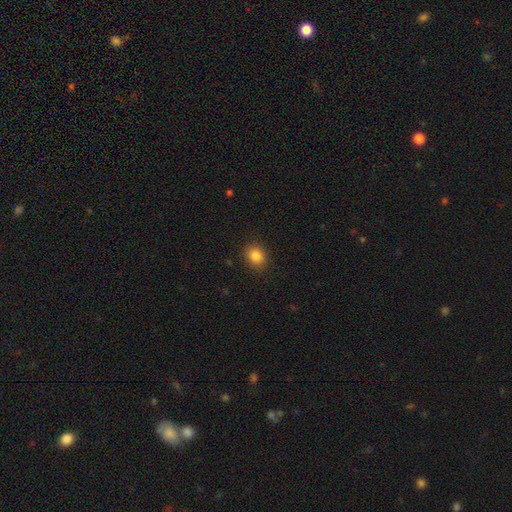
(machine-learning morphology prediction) The model was most divided on "how rounded": round: 62%, in between: 37%, cigar-shaped: 1%. More confident: merging — none (89%); smooth or featured — smooth (84%).